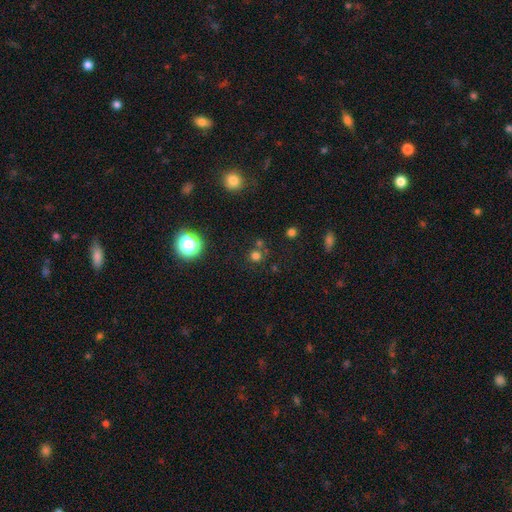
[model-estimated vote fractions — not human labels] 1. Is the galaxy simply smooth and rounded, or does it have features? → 66% smooth, 27% star or artifact, 7% featured or disk.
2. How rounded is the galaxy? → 91% round, 8% in between, 1% cigar-shaped.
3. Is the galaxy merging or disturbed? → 70% none, 18% merger, 8% minor disturbance, 4% major disturbance.